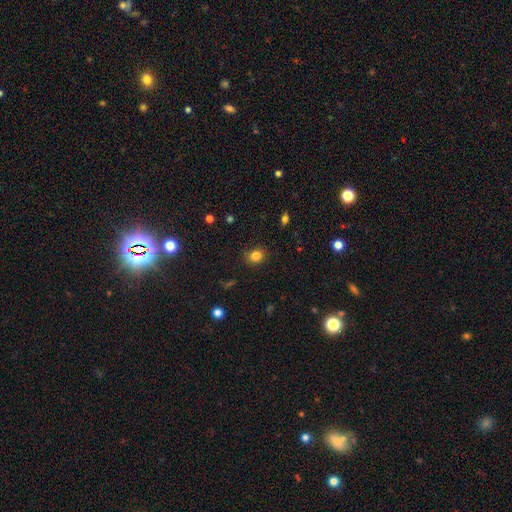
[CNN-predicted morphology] A smooth galaxy with no disk features (83%) that is round (62%). Merging: none (85%).